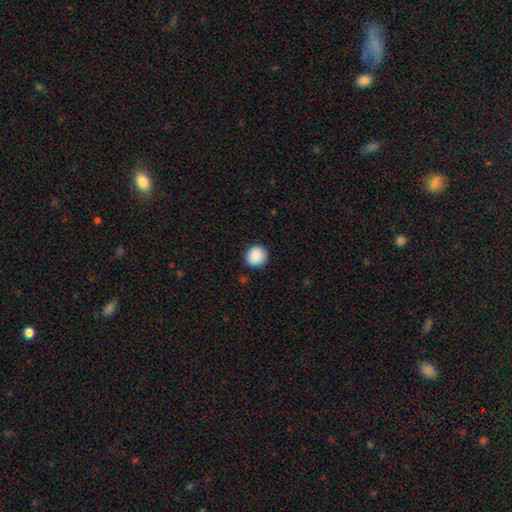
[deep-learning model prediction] smooth-or-featured: smooth: 90% | star or artifact: 8% | featured or disk: 3%
  how-rounded: round: 89% | in between: 10% | cigar-shaped: 1%
  merging: none: 89% | minor disturbance: 8% | major disturbance: 2% | merger: 1%